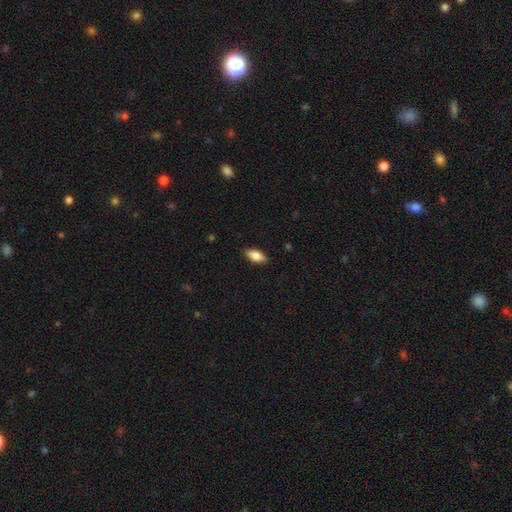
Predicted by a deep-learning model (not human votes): Overall: smooth (81%). How rounded: in between (87%). Merging: none (88%).